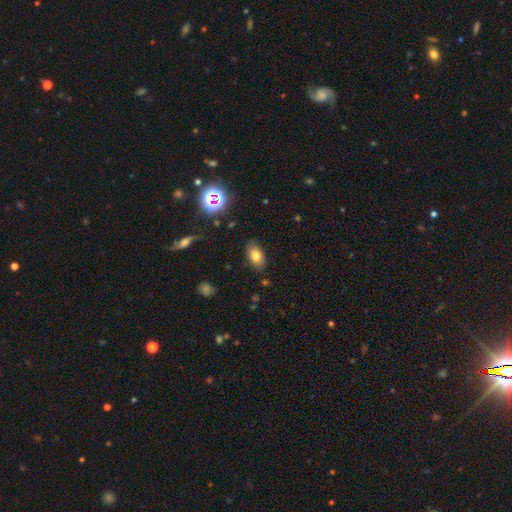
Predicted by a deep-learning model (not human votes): A smooth galaxy with no disk features (77%) that is in between round and cigar-shaped (89%).

Vote fractions:
- Smooth or featured? smooth: 77% / featured or disk: 12% / star or artifact: 11%
- How rounded? in between: 89% / round: 9% / cigar-shaped: 2%
- Merging? none: 85% / minor disturbance: 11% / major disturbance: 3% / merger: 1%